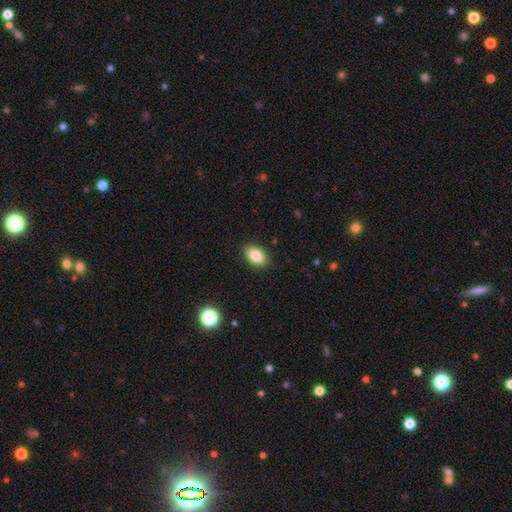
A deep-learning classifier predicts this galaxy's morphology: Smooth or featured?
  - smooth: 84% *
  - star or artifact: 8%
  - featured or disk: 7%
How rounded?
  - in between: 91% *
  - round: 7%
  - cigar-shaped: 2%
Merging?
  - none: 89% *
  - minor disturbance: 8%
  - major disturbance: 2%
  - merger: 1%